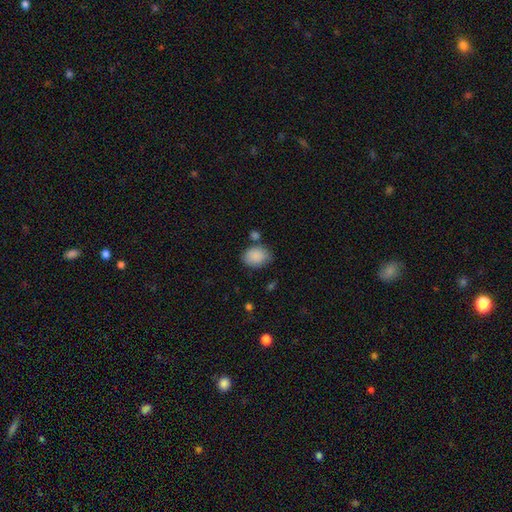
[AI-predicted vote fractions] This appears to be a smooth galaxy with no disk features (88%) that is in between round and cigar-shaped (64%). Merging: none (68%).